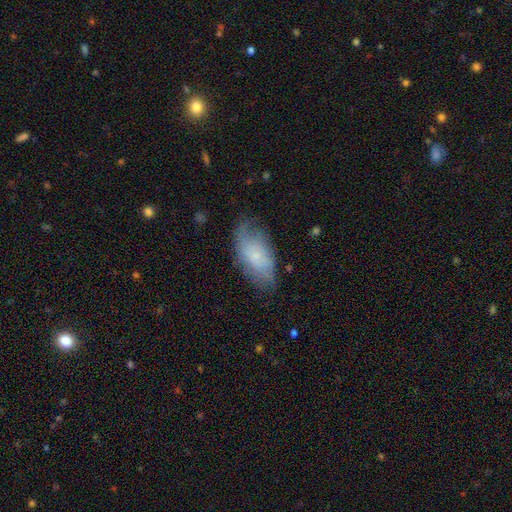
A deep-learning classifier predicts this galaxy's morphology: The model was most divided on "smooth or featured": smooth: 53%, featured or disk: 39%, star or artifact: 8%. More confident: how rounded — in between (91%); merging — none (60%).